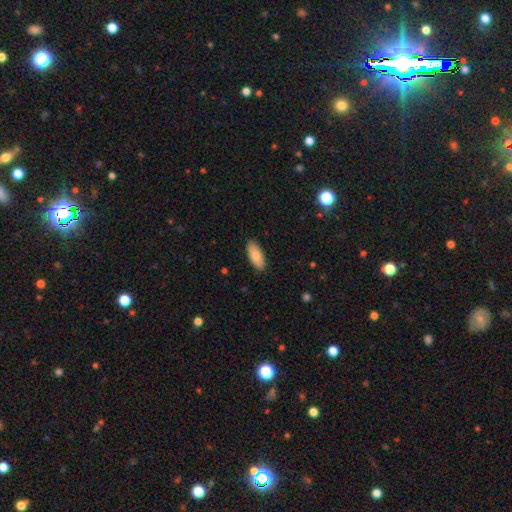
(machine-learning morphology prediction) The model was most divided on "how rounded": in between: 83%, cigar-shaped: 16%, round: 2%. More confident: merging — none (88%); smooth or featured — smooth (83%).